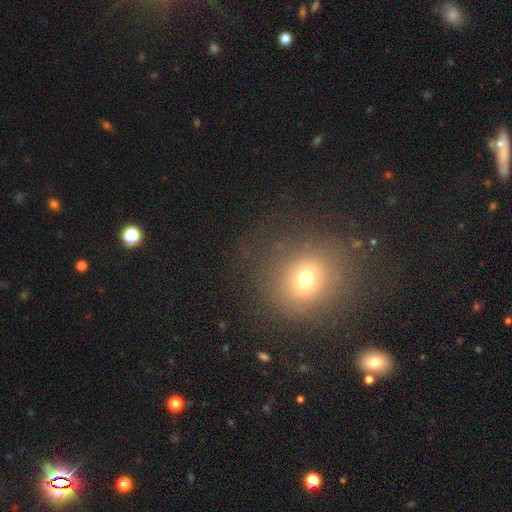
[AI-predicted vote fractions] smooth-or-featured: smooth: 55% | star or artifact: 34% | featured or disk: 11%
  how-rounded: round: 81% | in between: 17% | cigar-shaped: 2%
  merging: none: 85% | minor disturbance: 8% | major disturbance: 4% | merger: 2%